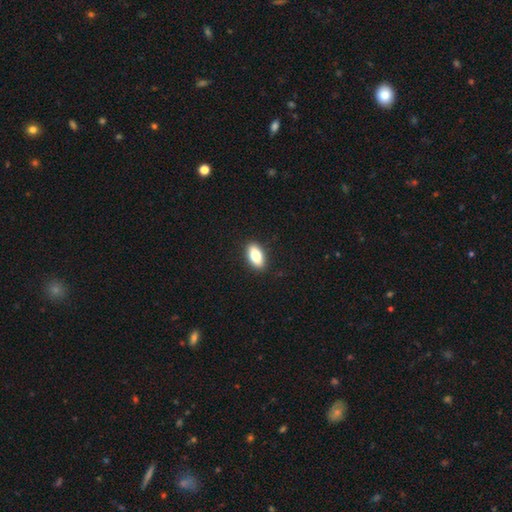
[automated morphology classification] smooth 80%, featured or disk 13%, star or artifact 7%. Down the decision tree: how rounded — in between (89%); merging — none (89%).